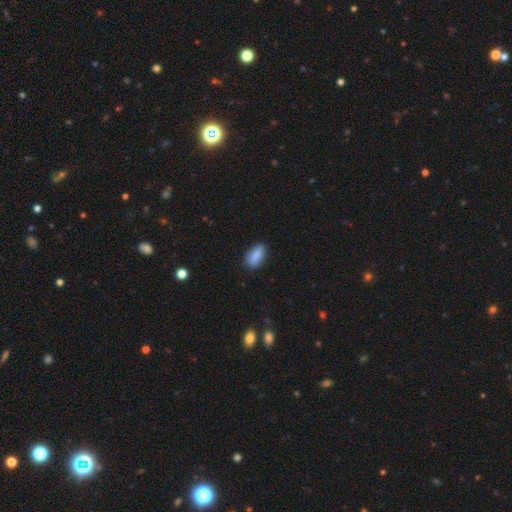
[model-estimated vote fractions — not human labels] A smooth galaxy with no disk features (87%) that is in between round and cigar-shaped (81%).

Vote fractions:
- Smooth or featured? smooth: 87% / star or artifact: 7% / featured or disk: 6%
- How rounded? in between: 81% / cigar-shaped: 16% / round: 3%
- Merging? none: 82% / minor disturbance: 14% / major disturbance: 3% / merger: 1%